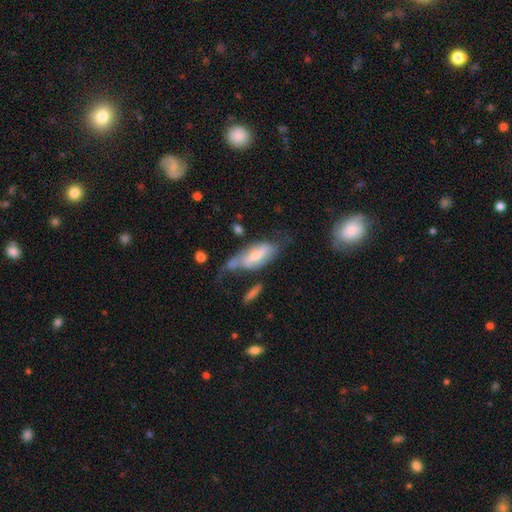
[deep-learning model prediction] Overall: featured or disk (57%; smooth 37%). Edge-on disk: no (81%). Merging: major disturbance (32%; none 31%).